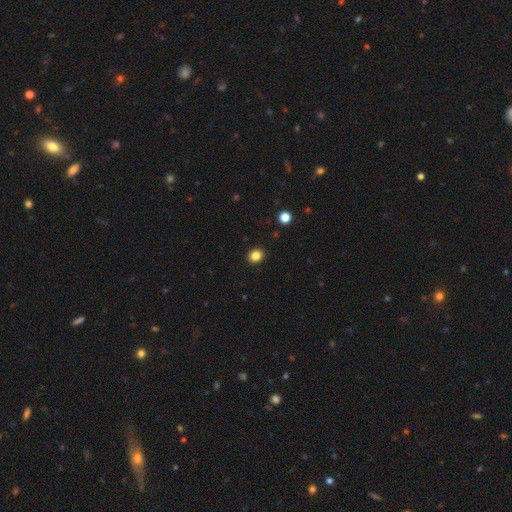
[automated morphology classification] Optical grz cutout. It shows a smooth galaxy with no disk features (85%) that is round (76%). Merging: none (92%).